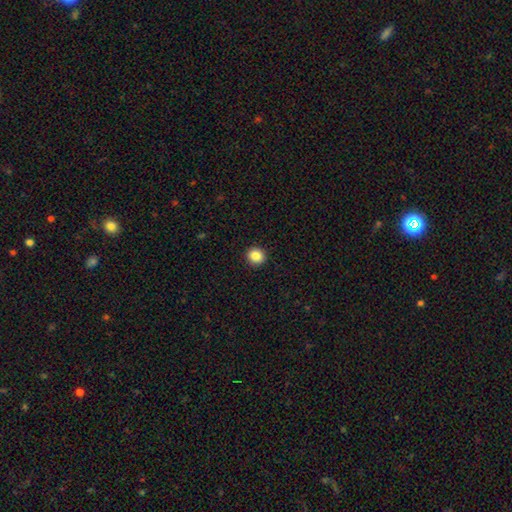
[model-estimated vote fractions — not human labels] This is clearly a smooth galaxy (87%). How rounded: clearly round (90%). Merging: clearly none (93%).